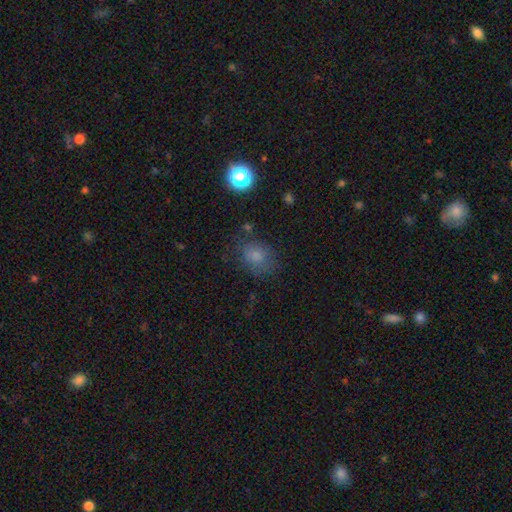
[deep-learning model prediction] Smooth or featured?
  - smooth: 76% *
  - star or artifact: 15%
  - featured or disk: 10%
How rounded?
  - round: 50% *
  - in between: 49%
  - cigar-shaped: 1%
Merging?
  - none: 67% *
  - minor disturbance: 21%
  - major disturbance: 9%
  - merger: 3%